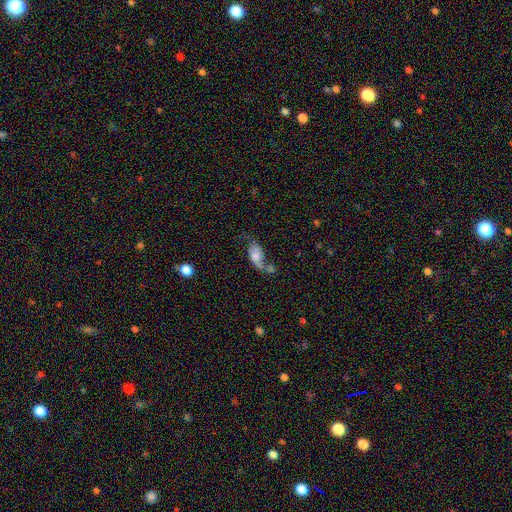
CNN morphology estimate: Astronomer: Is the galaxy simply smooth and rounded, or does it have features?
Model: smooth — 48% (runner-up: featured or disk, 42%).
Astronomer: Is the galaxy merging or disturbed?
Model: merger — 34% (runner-up: none, 24%).